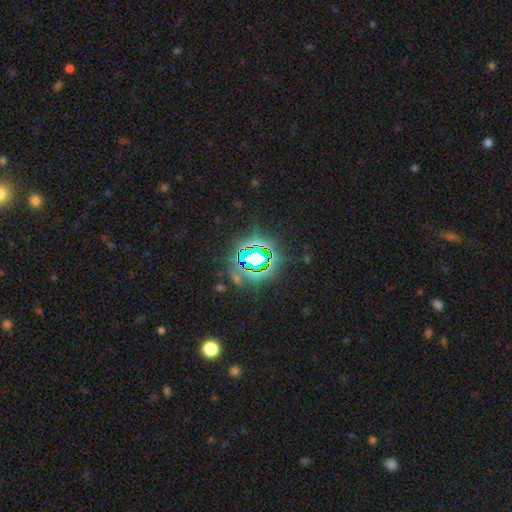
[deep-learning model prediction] Q: Smooth or featured?
A: star or artifact (76%); runner-up: smooth (13%)